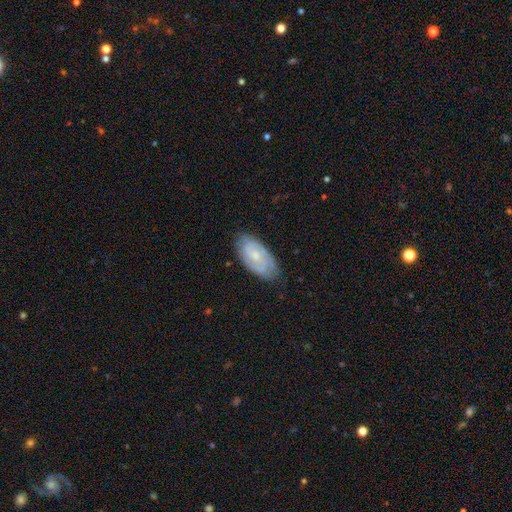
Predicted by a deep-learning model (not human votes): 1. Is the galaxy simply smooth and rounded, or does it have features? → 64% featured or disk, 30% smooth, 6% star or artifact.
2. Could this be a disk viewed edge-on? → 94% no, 6% yes.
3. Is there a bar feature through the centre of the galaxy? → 63% no, 33% weak, 5% strong.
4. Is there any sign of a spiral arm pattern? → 87% yes, 13% no.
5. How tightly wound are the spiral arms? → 55% tight, 35% medium, 10% loose.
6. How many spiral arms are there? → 56% 2, 29% can't tell, 8% 3, 3% 1, 2% 4, 2% more than 4.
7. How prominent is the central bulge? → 57% small, 34% moderate, 6% none, 2% large, 1% dominant.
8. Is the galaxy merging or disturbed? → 76% none, 19% minor disturbance, 4% major disturbance, 1% merger.